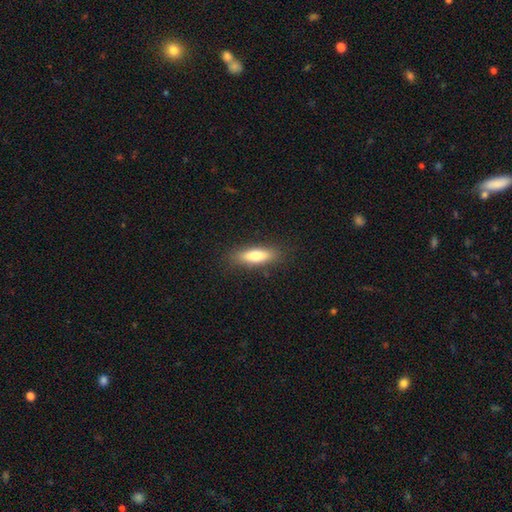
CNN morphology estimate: smooth-or-featured: smooth: 73% | featured or disk: 20% | star or artifact: 7%
  how-rounded: cigar-shaped: 55% | in between: 43% | round: 2%
  merging: none: 86% | minor disturbance: 10% | major disturbance: 3% | merger: 1%